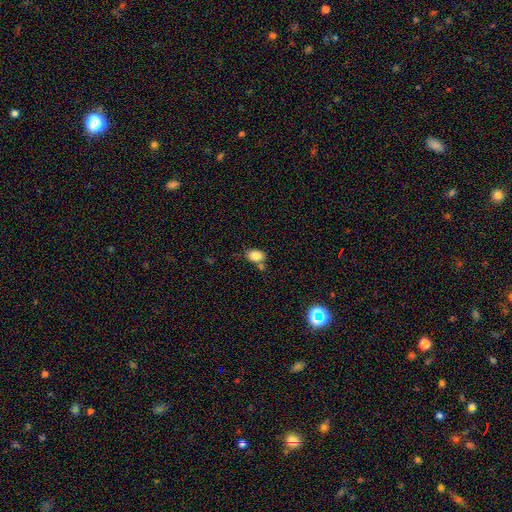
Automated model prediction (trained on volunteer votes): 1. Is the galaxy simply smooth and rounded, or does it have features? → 84% smooth, 10% star or artifact, 6% featured or disk.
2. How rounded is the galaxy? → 79% in between, 19% round, 1% cigar-shaped.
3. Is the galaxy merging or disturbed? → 58% none, 21% merger, 17% minor disturbance, 5% major disturbance.